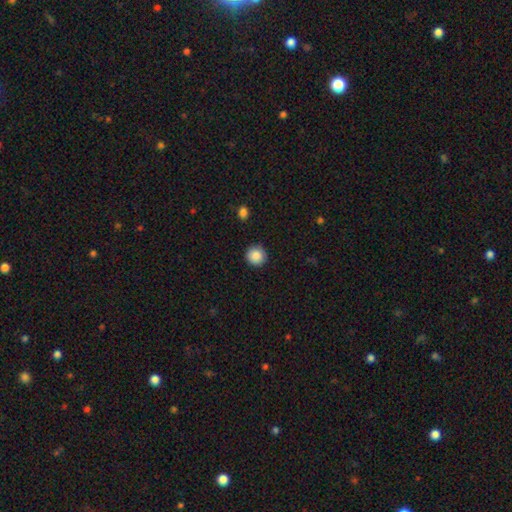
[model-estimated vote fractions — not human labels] The model was most divided on "smooth or featured": smooth: 87%, star or artifact: 9%, featured or disk: 4%. More confident: how rounded — round (94%); merging — none (90%).